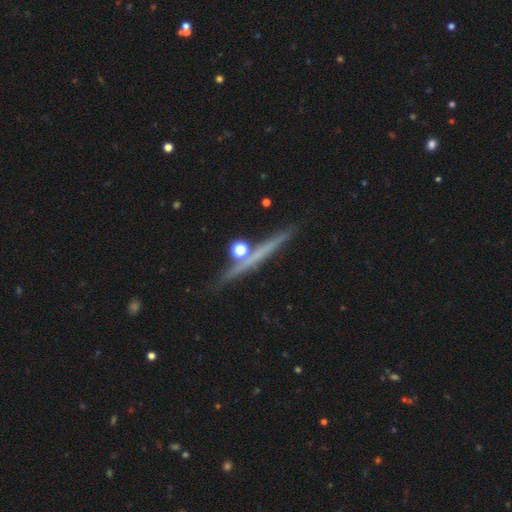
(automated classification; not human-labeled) The model was most divided on "smooth or featured": featured or disk: 62%, smooth: 27%, star or artifact: 10%. More confident: edge-on disk — yes (96%); merging — none (84%); edge-on bulge — none (68%).